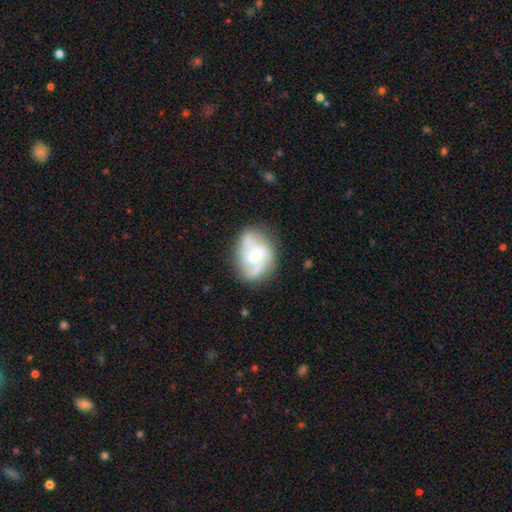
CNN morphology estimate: smooth-or-featured: featured or disk: 78% | smooth: 16% | star or artifact: 6%
  disk-edge-on: no: 97% | yes: 3%
    bar: no: 46% | weak: 43% | strong: 11%
    has-spiral-arms: yes: 94% | no: 6%
      spiral-winding: medium: 49% | loose: 29% | tight: 21%
      spiral-arm-count: 2: 45% | 3: 34% | can't tell: 11% | 1: 4% | 4: 4% | more than 4: 2%
    bulge-size: moderate: 53% | small: 40% | large: 4% | none: 2% | dominant: 1%
  merging: none: 67% | minor disturbance: 21% | major disturbance: 9% | merger: 3%